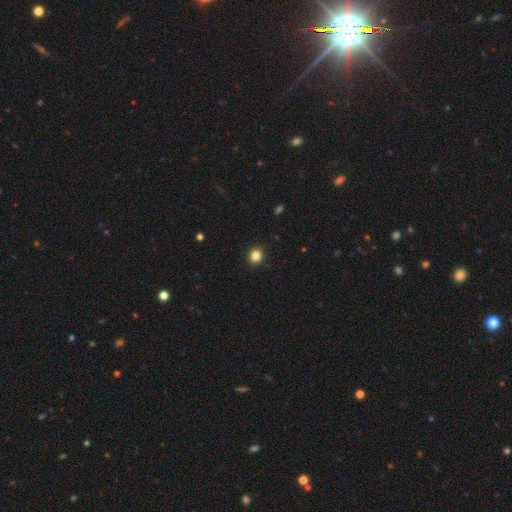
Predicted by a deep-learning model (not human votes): Smooth or featured? smooth (84%)
How rounded? round (81%)
Merging? none (92%)